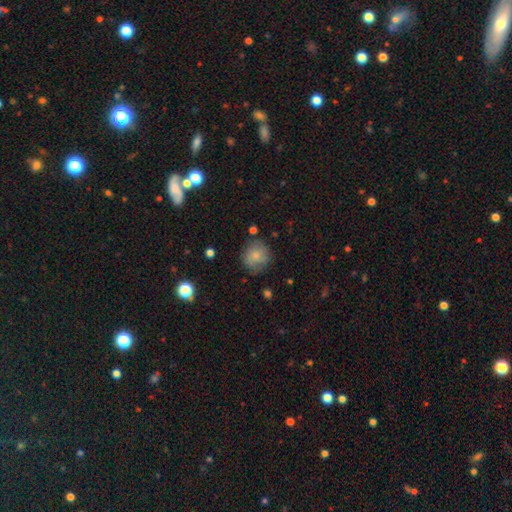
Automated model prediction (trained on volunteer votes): Q: Smooth or featured?
A: smooth (76%); runner-up: featured or disk (15%)
Q: How rounded?
A: round (88%); runner-up: in between (11%)
Q: Merging?
A: none (73%); runner-up: minor disturbance (19%)